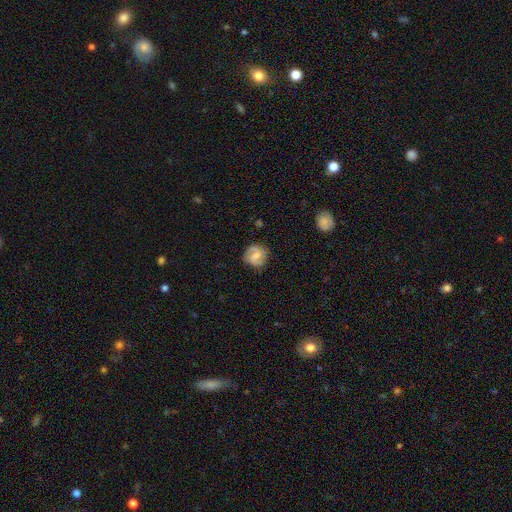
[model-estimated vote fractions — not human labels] Smooth or featured: featured or disk — 64% (smooth — 29%)
Edge-on disk: no — 98% (yes — 2%)
Bar: weak — 52% (no — 30%)
Spiral arms: yes — 91% (no — 9%)
Spiral winding: medium — 47% (tight — 27%)
Spiral arm count: 2 — 86% (can't tell — 7%)
Bulge size: small — 44% (moderate — 41%)
Merging: none — 79% (minor disturbance — 15%)